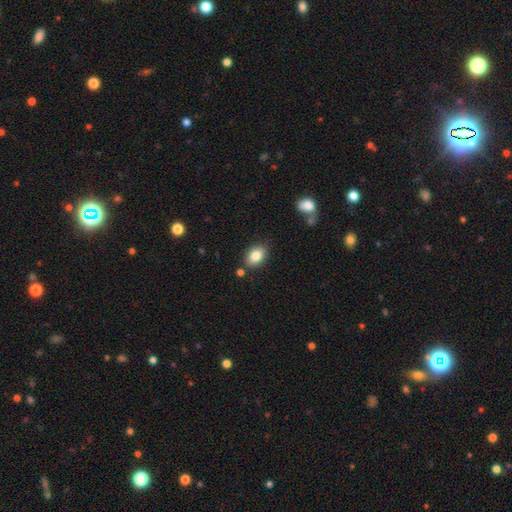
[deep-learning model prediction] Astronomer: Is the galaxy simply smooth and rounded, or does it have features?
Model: smooth — 83%.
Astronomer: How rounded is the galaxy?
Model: in between — 83%.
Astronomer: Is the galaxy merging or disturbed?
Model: none — 81%.